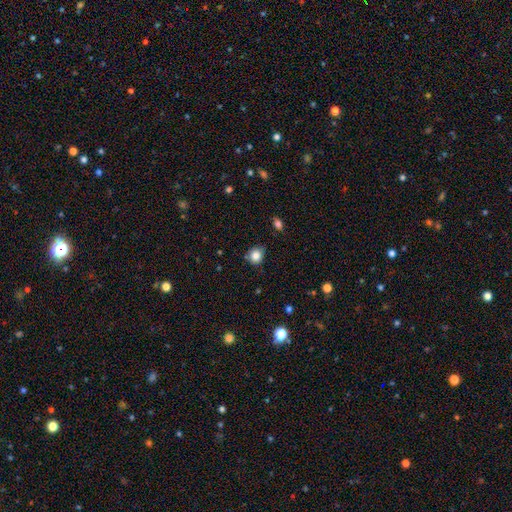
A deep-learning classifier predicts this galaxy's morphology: Smooth or featured? smooth (82%)
How rounded? round (76%)
Merging? none (70%)